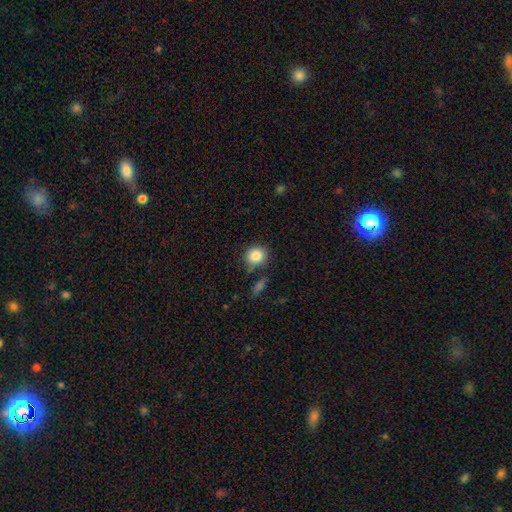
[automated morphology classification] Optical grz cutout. It shows a smooth galaxy with no disk features (85%) that is round (83%). Merging: none (75%).